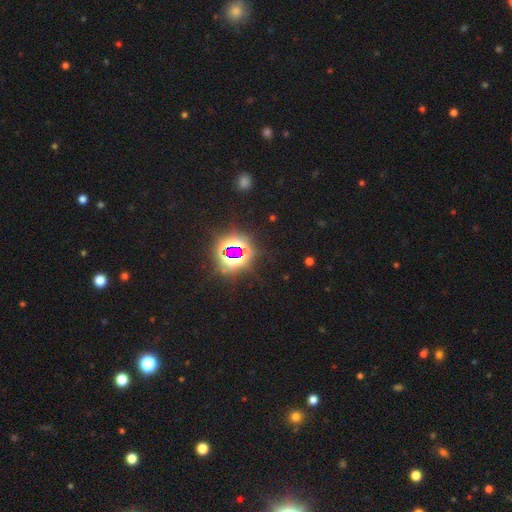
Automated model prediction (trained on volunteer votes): Q: Smooth or featured?
A: star or artifact (82%); runner-up: smooth (12%)